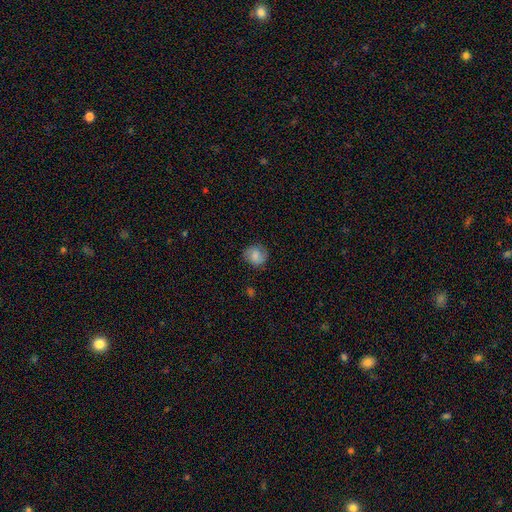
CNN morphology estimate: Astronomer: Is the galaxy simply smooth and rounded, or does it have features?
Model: smooth — 76%.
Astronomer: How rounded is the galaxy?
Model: round — 81%.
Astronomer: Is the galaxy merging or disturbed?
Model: none — 79%.